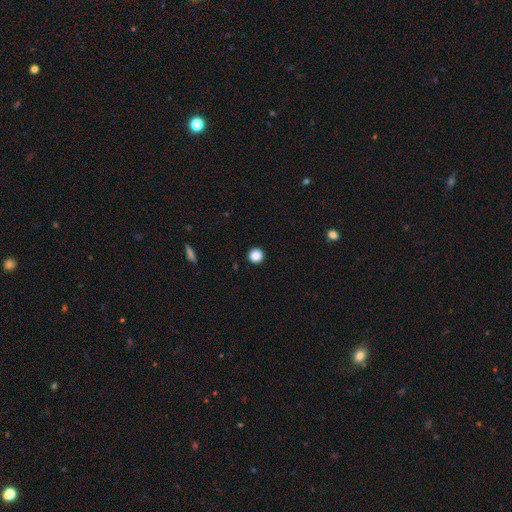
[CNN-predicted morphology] This appears to be a smooth galaxy with no disk features (88%) that is round (95%). Merging: none (93%).